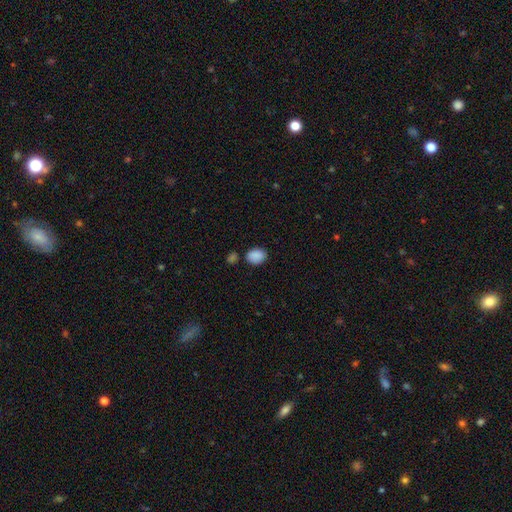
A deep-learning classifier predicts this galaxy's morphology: This appears to be a smooth galaxy with no disk features (88%) that is in between round and cigar-shaped (61%). Merging: none (72%).